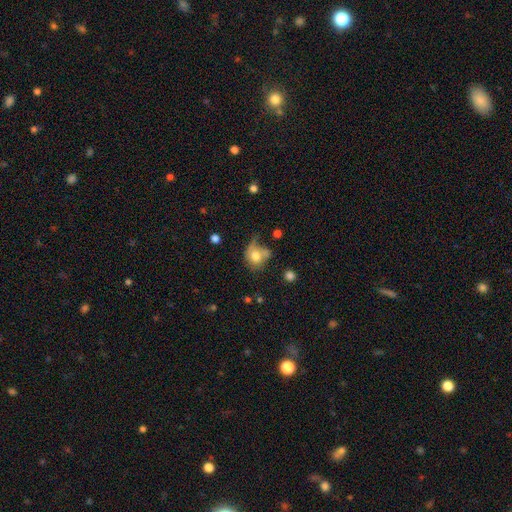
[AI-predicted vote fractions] smooth 72%, featured or disk 18%, star or artifact 10%. Down the decision tree: how rounded — round (64%); merging — none (35%).